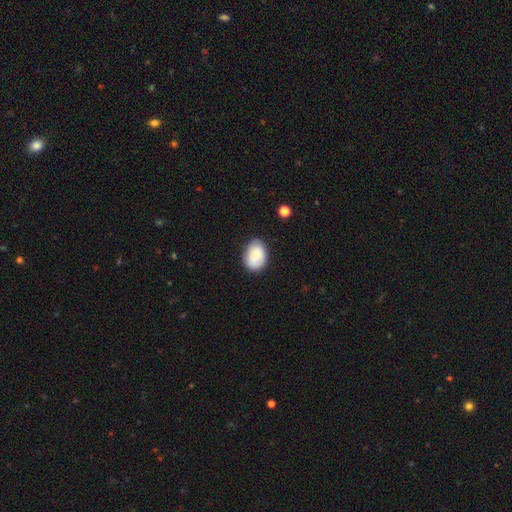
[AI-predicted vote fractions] This appears to be a smooth galaxy with no disk features (82%) that is in between round and cigar-shaped (76%). Merging: none (73%).